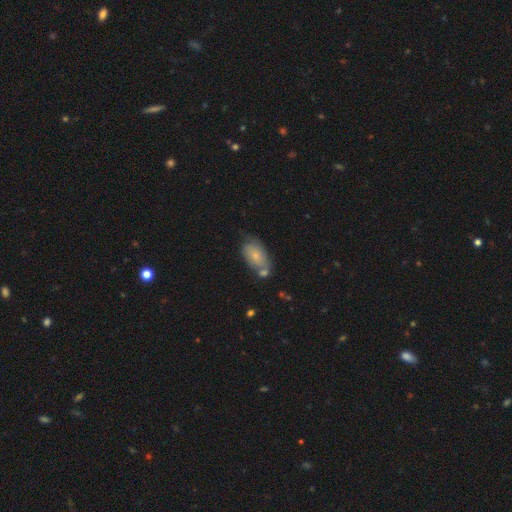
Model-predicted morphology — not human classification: Smooth or featured: smooth — 66% (featured or disk — 27%)
How rounded: in between — 92% (round — 5%)
Merging: none — 44% (minor disturbance — 26%)